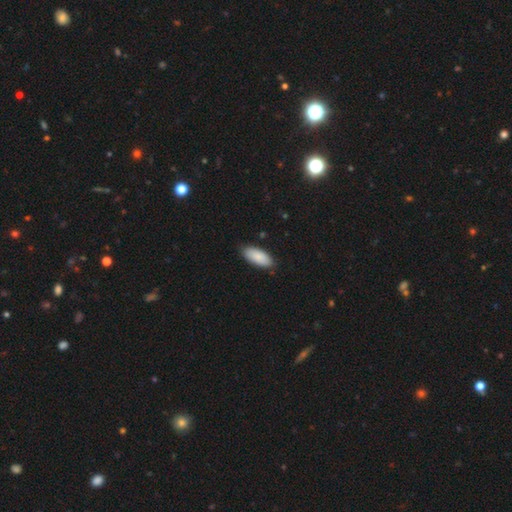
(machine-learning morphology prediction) A smooth galaxy with no disk features (88%) that is in between round and cigar-shaped (88%).

Vote fractions:
- Smooth or featured? smooth: 88% / featured or disk: 7% / star or artifact: 6%
- How rounded? in between: 88% / cigar-shaped: 11% / round: 2%
- Merging? none: 84% / minor disturbance: 13% / major disturbance: 2% / merger: 1%